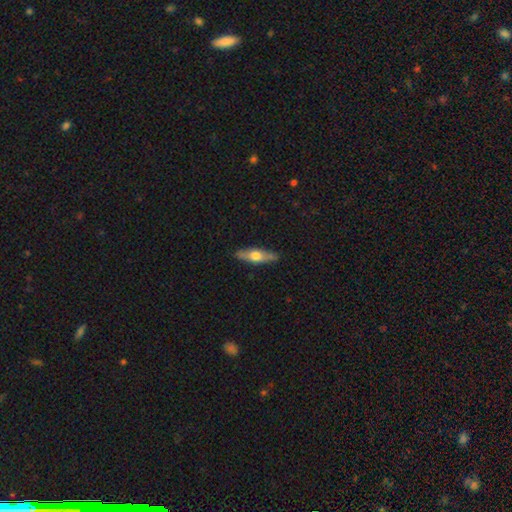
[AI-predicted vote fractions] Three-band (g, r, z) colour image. It shows a smooth galaxy with no disk features (48%). Merging: none (88%).